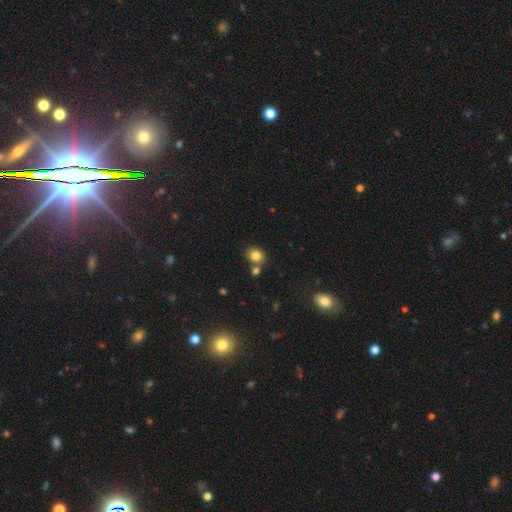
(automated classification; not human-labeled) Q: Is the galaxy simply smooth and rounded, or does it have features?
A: smooth — 81%.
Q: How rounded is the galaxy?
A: round — 65%.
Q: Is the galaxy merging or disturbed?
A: none — 69%.